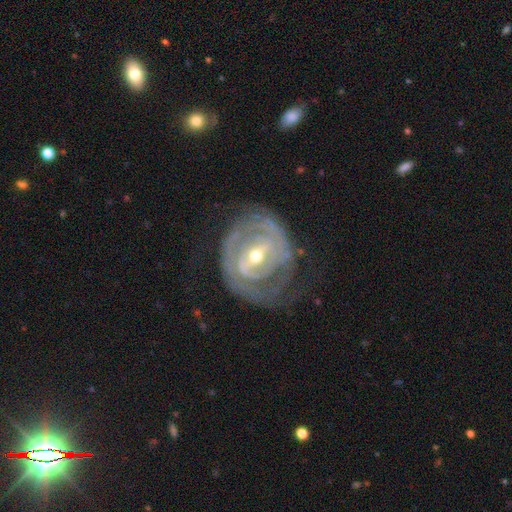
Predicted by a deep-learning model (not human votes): smooth_or_featured: featured or disk (p=0.87) [alt: smooth p=0.08]
disk_edge_on: no (p=0.96) [alt: yes p=0.04]
bar: weak (p=0.42) [alt: strong p=0.40]
has_spiral_arms: yes (p=0.88) [alt: no p=0.12]
spiral_winding: tight (p=0.69) [alt: medium p=0.24]
spiral_arm_count: 2 (p=0.42) [alt: can't tell p=0.31]
bulge_size: moderate (p=0.53) [alt: small p=0.43]
merging: none (p=0.61) [alt: minor disturbance p=0.21]